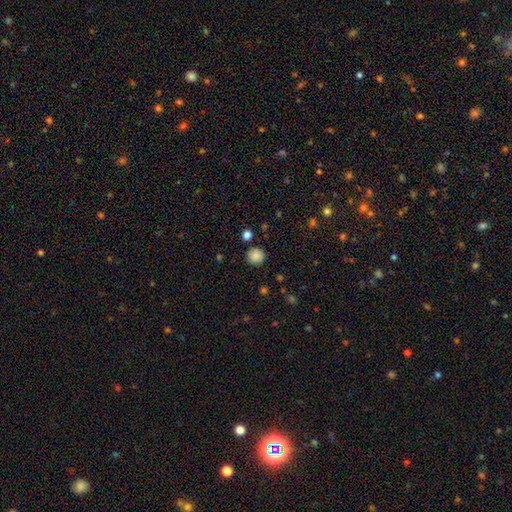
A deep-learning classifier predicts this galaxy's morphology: The model was most divided on "smooth or featured": smooth: 86%, star or artifact: 10%, featured or disk: 4%. More confident: how rounded — round (92%); merging — none (87%).